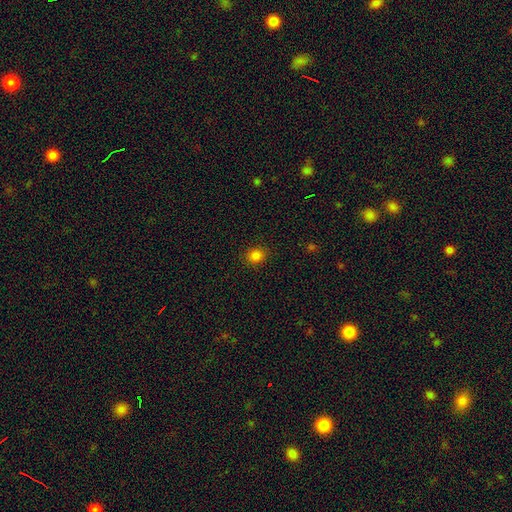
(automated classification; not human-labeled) Smooth or featured?
  - smooth: 83% *
  - star or artifact: 14%
  - featured or disk: 4%
How rounded?
  - round: 72% *
  - in between: 27%
  - cigar-shaped: 1%
Merging?
  - none: 90% *
  - minor disturbance: 7%
  - major disturbance: 2%
  - merger: 1%